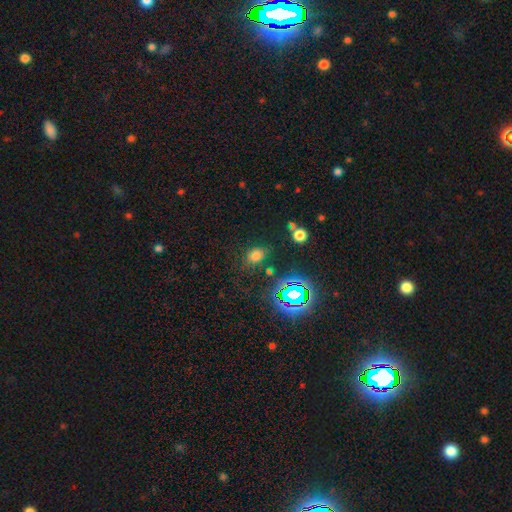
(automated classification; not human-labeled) Morphology: type=smooth (65%); roundness=in between (50%); merging=none (75%).